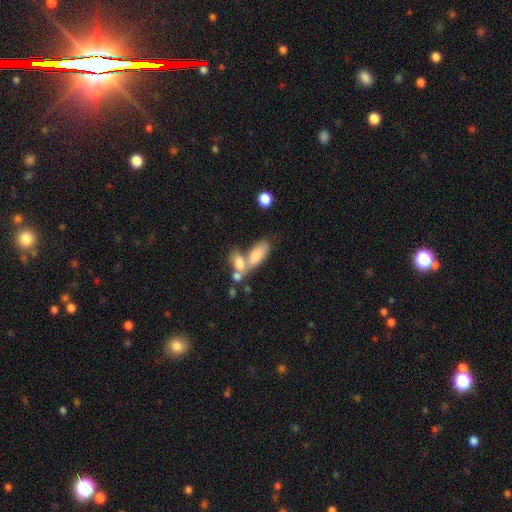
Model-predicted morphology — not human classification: Smooth or featured? smooth (76%)
How rounded? in between (81%)
Merging? merger (57%)